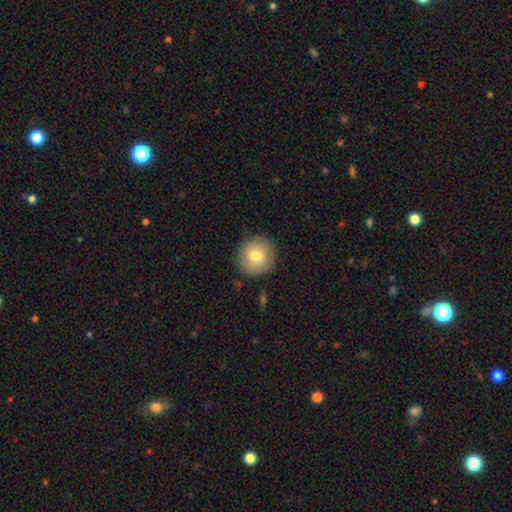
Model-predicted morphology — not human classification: Overall: smooth (76%). How rounded: round (92%). Merging: none (87%).